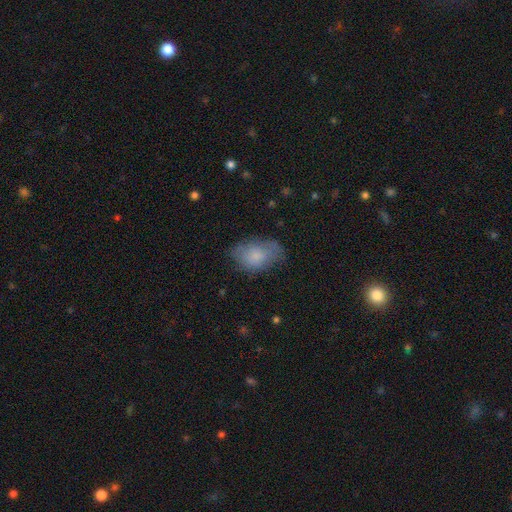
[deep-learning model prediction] Q: Smooth or featured?
A: smooth (77%); runner-up: featured or disk (16%)
Q: How rounded?
A: in between (87%); runner-up: round (11%)
Q: Merging?
A: none (61%); runner-up: minor disturbance (27%)